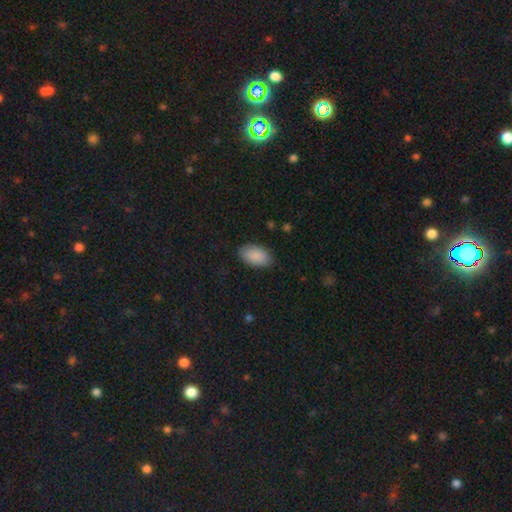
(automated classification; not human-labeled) smooth-or-featured: smooth: 90% | star or artifact: 6% | featured or disk: 4%
  how-rounded: in between: 95% | round: 4% | cigar-shaped: 2%
  merging: none: 85% | minor disturbance: 11% | major disturbance: 3% | merger: 1%